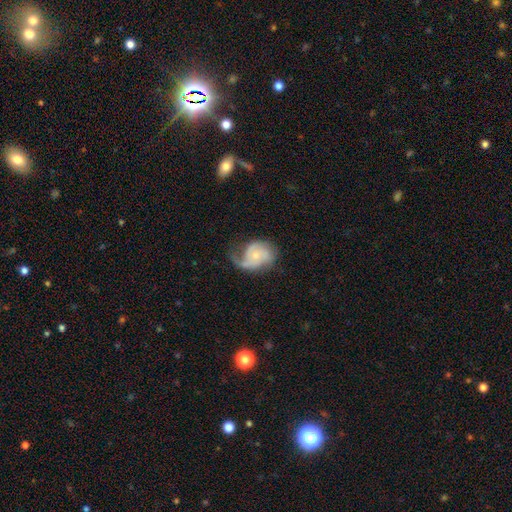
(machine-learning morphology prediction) Q: Smooth or featured?
A: featured or disk (72%); runner-up: smooth (22%)
Q: Edge-on disk?
A: no (98%); runner-up: yes (2%)
Q: Bar?
A: no (72%); runner-up: weak (25%)
Q: Spiral arms?
A: yes (92%); runner-up: no (8%)
Q: Spiral winding?
A: medium (42%); runner-up: loose (35%)
Q: Spiral arm count?
A: 2 (37%); runner-up: 1 (36%)
Q: Bulge size?
A: small (63%); runner-up: moderate (27%)
Q: Merging?
A: none (39%); runner-up: major disturbance (31%)